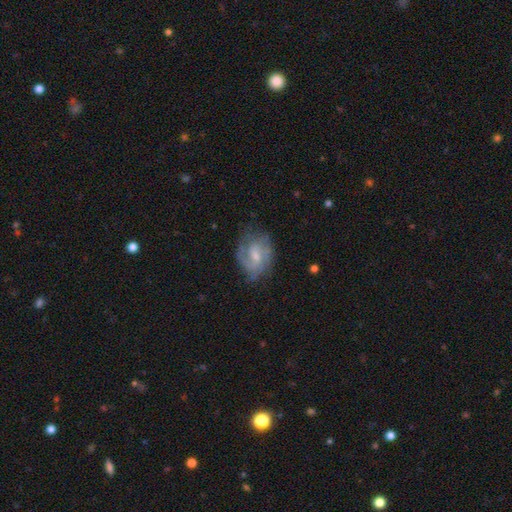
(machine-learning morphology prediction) Q: Smooth or featured?
A: featured or disk (69%); runner-up: smooth (24%)
Q: Edge-on disk?
A: no (97%); runner-up: yes (3%)
Q: Bar?
A: weak (55%); runner-up: no (35%)
Q: Spiral arms?
A: yes (87%); runner-up: no (13%)
Q: Spiral winding?
A: medium (45%); runner-up: tight (35%)
Q: Spiral arm count?
A: 2 (44%); runner-up: can't tell (30%)
Q: Bulge size?
A: small (48%); runner-up: moderate (39%)
Q: Merging?
A: none (62%); runner-up: minor disturbance (25%)